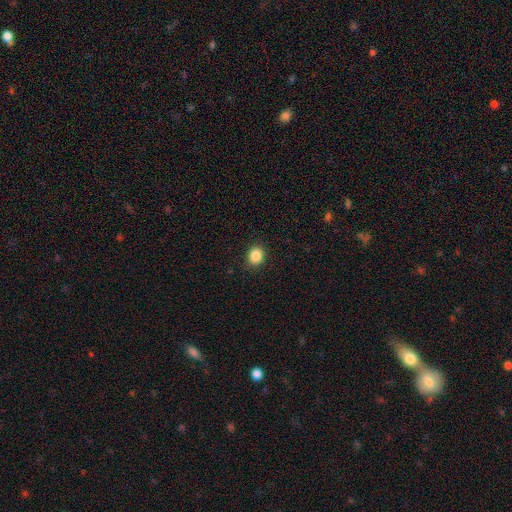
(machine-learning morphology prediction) A smooth galaxy with no disk features (87%) that is round (71%).

Vote fractions:
- Smooth or featured? smooth: 87% / star or artifact: 10% / featured or disk: 4%
- How rounded? round: 71% / in between: 28% / cigar-shaped: 1%
- Merging? none: 90% / minor disturbance: 7% / major disturbance: 2% / merger: 1%